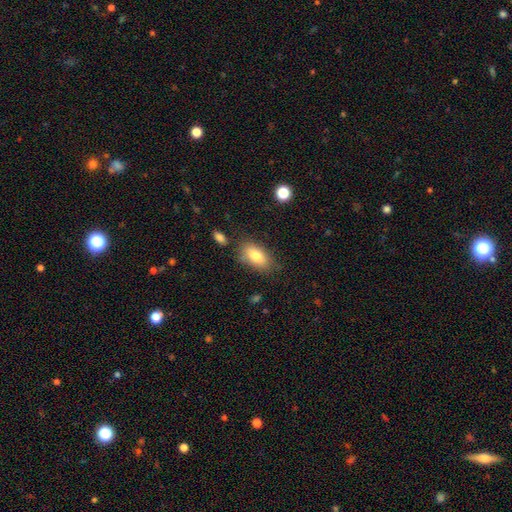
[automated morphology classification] Smooth or featured? smooth (79%)
How rounded? in between (89%)
Merging? none (75%)